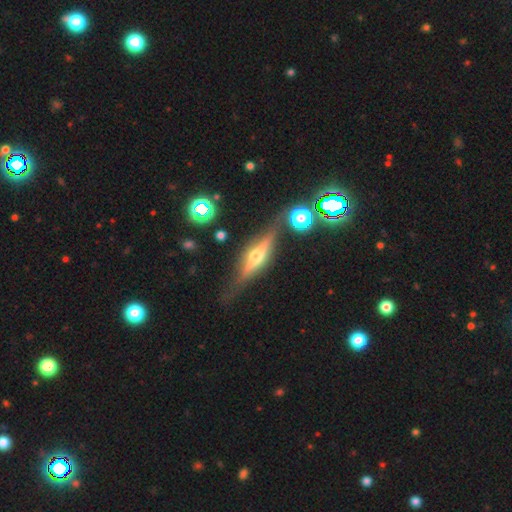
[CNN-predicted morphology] Smooth or featured: featured or disk — 75% (smooth — 16%)
Edge-on disk: yes — 95% (no — 5%)
Edge-on bulge: rounded — 90% (boxy — 7%)
Merging: none — 80% (minor disturbance — 13%)